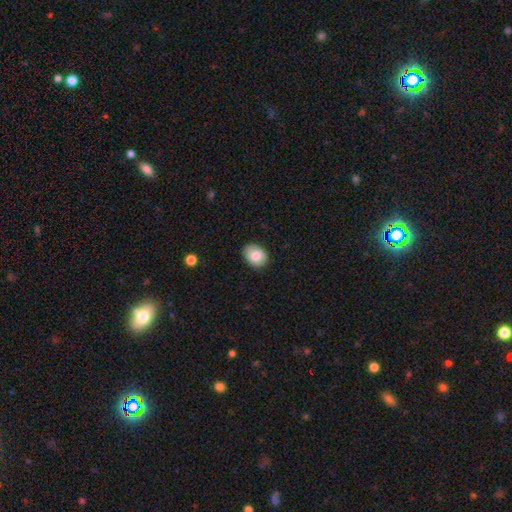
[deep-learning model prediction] Overall: smooth (79%). How rounded: in between (56%; round 43%). Merging: none (83%).